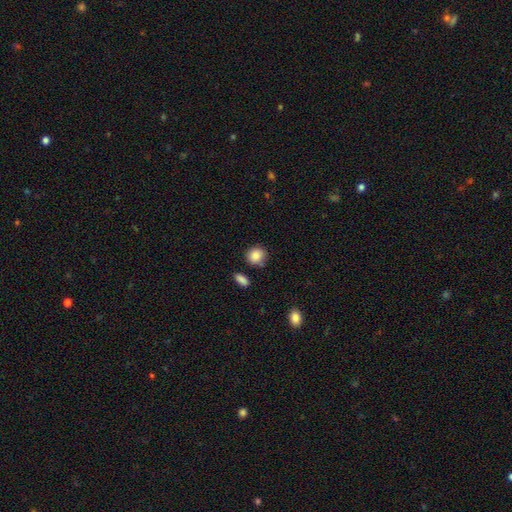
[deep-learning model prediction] Q: Smooth or featured?
A: smooth (87%); runner-up: star or artifact (8%)
Q: How rounded?
A: round (78%); runner-up: in between (21%)
Q: Merging?
A: none (79%); runner-up: minor disturbance (13%)